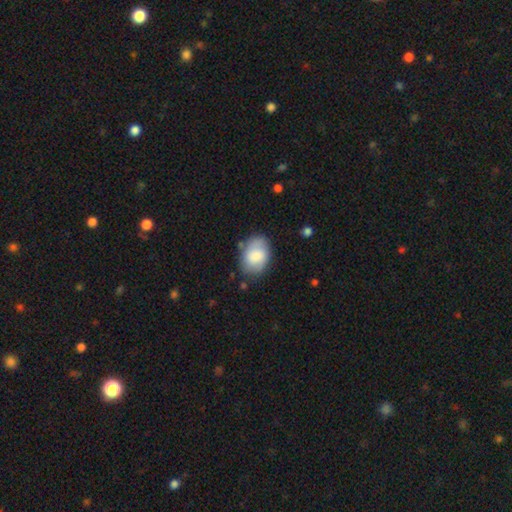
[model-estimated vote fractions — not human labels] smooth_or_featured: smooth (p=0.79) [alt: featured or disk p=0.15]
how_rounded: in between (p=0.80) [alt: round p=0.19]
merging: none (p=0.75) [alt: minor disturbance p=0.17]